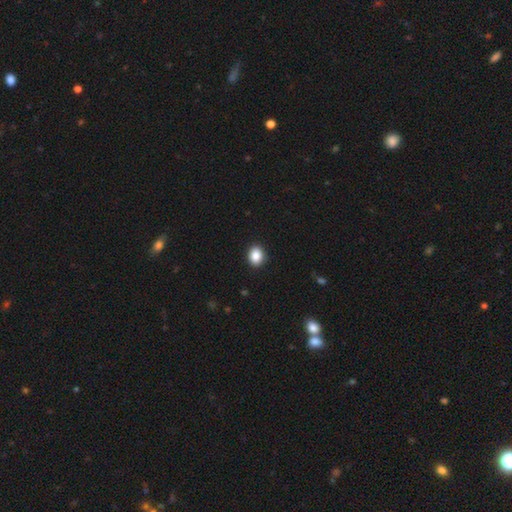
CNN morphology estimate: Overall: smooth (88%). How rounded: in between (51%; round 48%). Merging: none (91%).